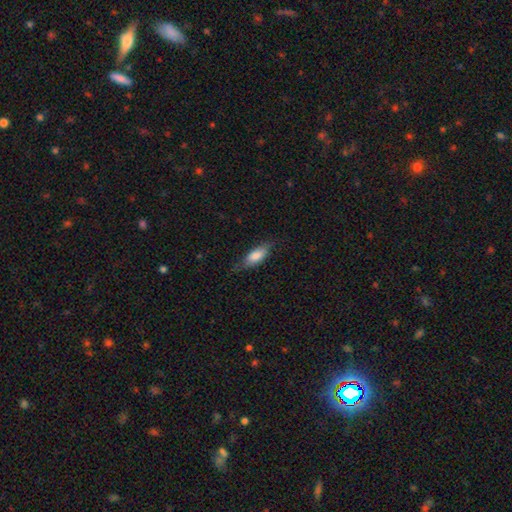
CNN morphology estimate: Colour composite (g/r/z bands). It shows a smooth galaxy with no disk features (79%) that is in between round and cigar-shaped (73%). Merging: none (69%).